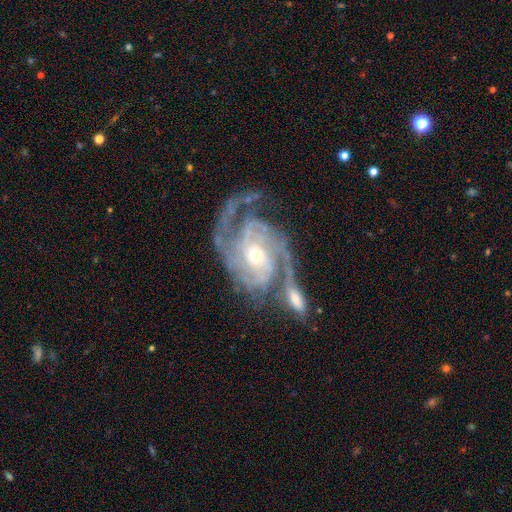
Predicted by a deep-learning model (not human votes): Smooth or featured? Predicted: featured or disk (p=0.92). Edge-on disk? Predicted: no (p=0.97). Bar? Predicted: no (p=0.63). Spiral arms? Predicted: yes (p=0.98). Spiral winding? Predicted: tight (p=0.53). Spiral arm count? Predicted: 2 (p=0.35). Bulge size? Predicted: small (p=0.60). Merging? Predicted: none (p=0.45).